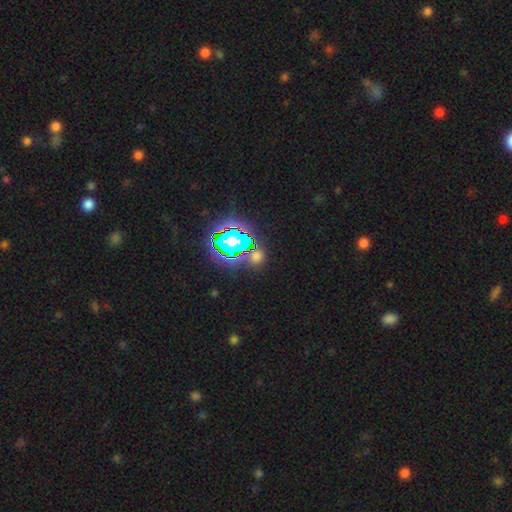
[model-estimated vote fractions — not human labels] This appears to be a star or artifact, not a galaxy (52%).